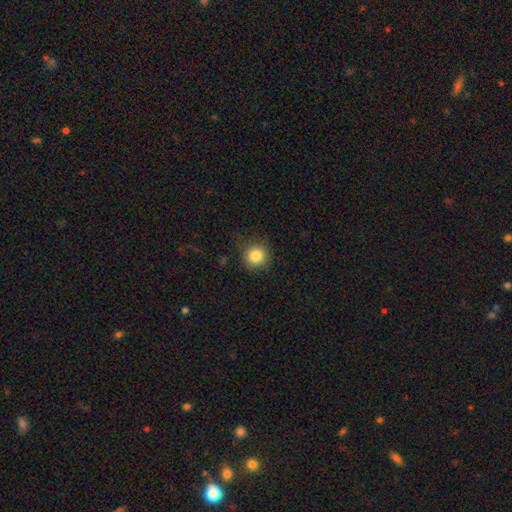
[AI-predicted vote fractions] The model was most divided on "smooth or featured": smooth: 83%, star or artifact: 11%, featured or disk: 6%. More confident: how rounded — round (92%); merging — none (85%).